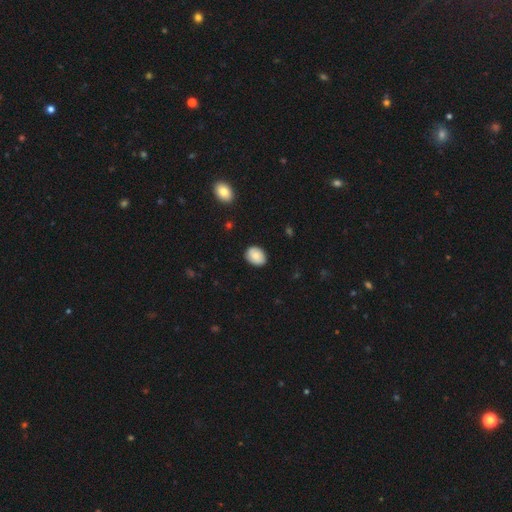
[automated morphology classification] A smooth galaxy with no disk features (81%) that is in between round and cigar-shaped (65%).

Vote fractions:
- Smooth or featured? smooth: 81% / featured or disk: 12% / star or artifact: 7%
- How rounded? in between: 65% / round: 34% / cigar-shaped: 1%
- Merging? none: 85% / minor disturbance: 12% / major disturbance: 2% / merger: 1%